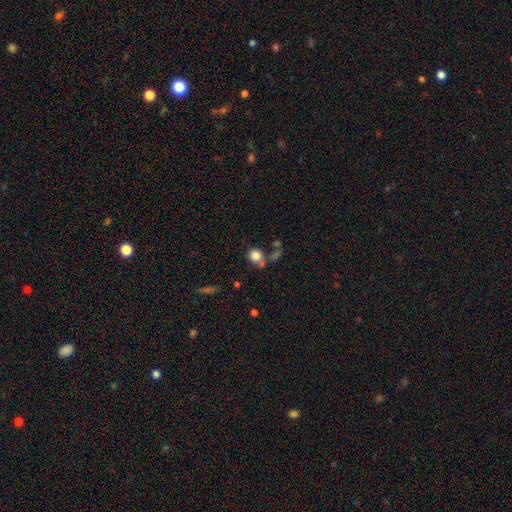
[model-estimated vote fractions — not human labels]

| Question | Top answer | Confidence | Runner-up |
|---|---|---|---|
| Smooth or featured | smooth | 82% | star or artifact (11%) |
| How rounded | round | 82% | in between (17%) |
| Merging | none | 55% | merger (25%) |